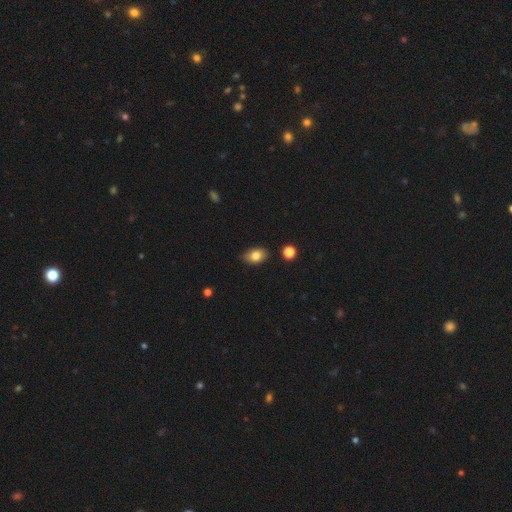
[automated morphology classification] type=smooth (81%); roundness=in between (84%); merging=none (79%).